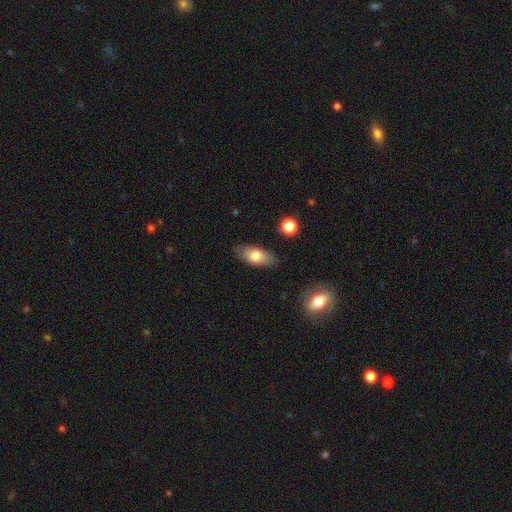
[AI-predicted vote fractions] A smooth galaxy with no disk features (76%) that is in between round and cigar-shaped (86%). Merging: none (82%).